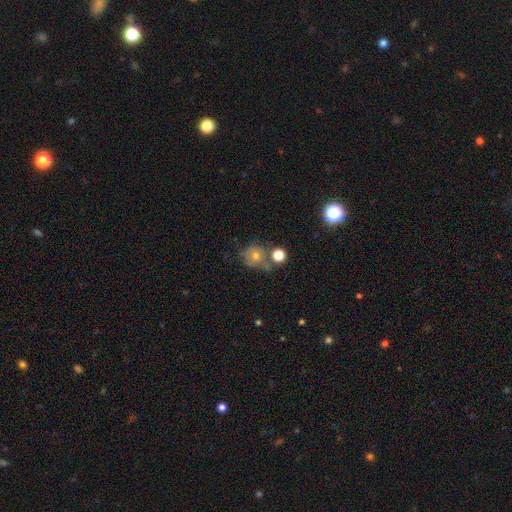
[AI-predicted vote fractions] A smooth galaxy with no disk features (55%) that is round (80%). Merging: none (54%).